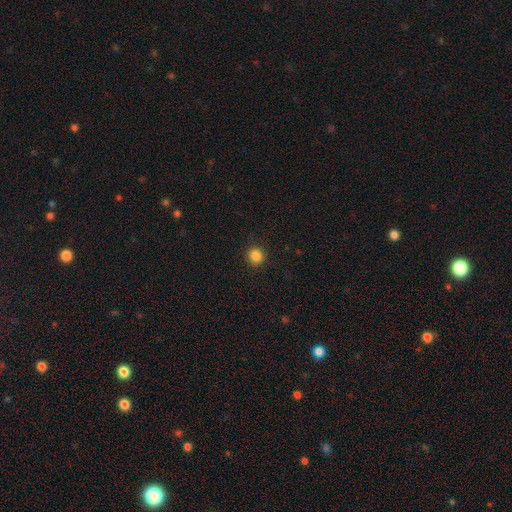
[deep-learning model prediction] Smooth or featured? smooth (85%)
How rounded? round (92%)
Merging? none (91%)